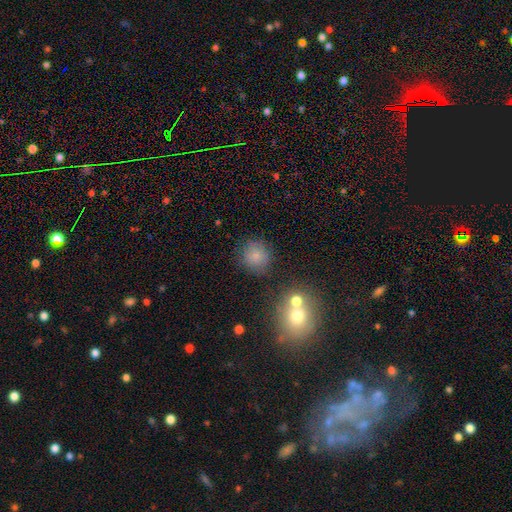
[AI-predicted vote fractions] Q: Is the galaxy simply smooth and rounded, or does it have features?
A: smooth — 79%.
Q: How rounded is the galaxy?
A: round — 88%.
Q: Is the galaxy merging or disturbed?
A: none — 79%.